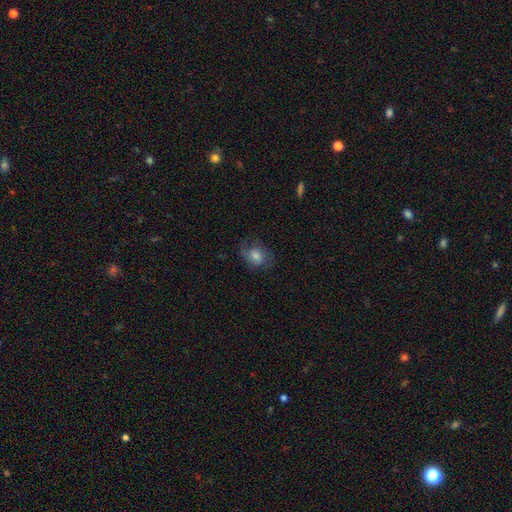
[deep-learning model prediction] This appears to be a smooth galaxy with no disk features (55%) that is in between round and cigar-shaped (56%). Merging: none (63%).